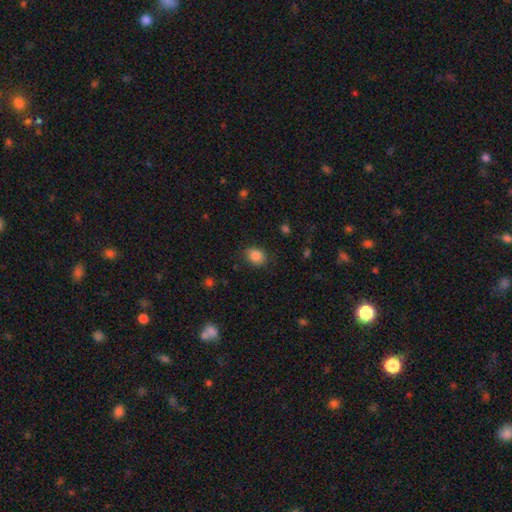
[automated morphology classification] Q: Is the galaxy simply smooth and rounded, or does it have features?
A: smooth — 86%.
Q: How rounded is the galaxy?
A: in between — 57%.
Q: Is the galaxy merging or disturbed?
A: none — 81%.